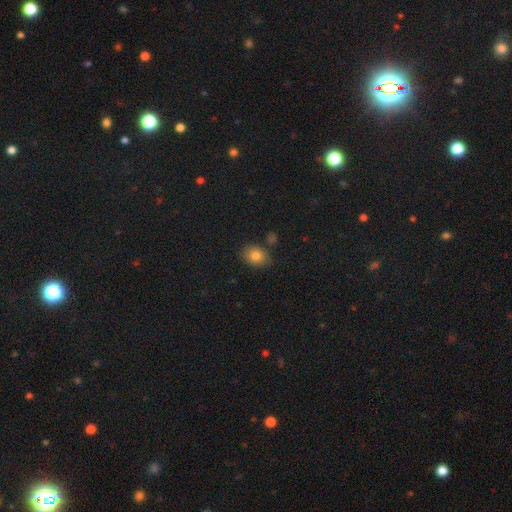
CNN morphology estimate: Smooth or featured? Predicted: smooth (p=0.82). How rounded? Predicted: in between (p=0.56). Merging? Predicted: none (p=0.79).